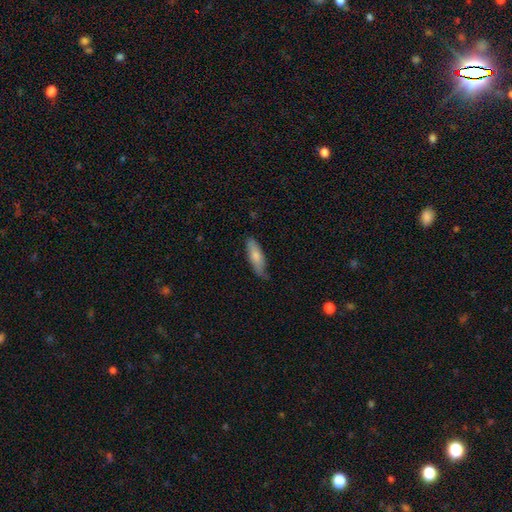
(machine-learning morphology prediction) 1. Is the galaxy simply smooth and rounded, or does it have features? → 76% smooth, 18% featured or disk, 5% star or artifact.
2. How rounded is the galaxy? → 58% in between, 40% cigar-shaped, 2% round.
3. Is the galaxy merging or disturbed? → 64% none, 29% minor disturbance, 5% major disturbance, 1% merger.